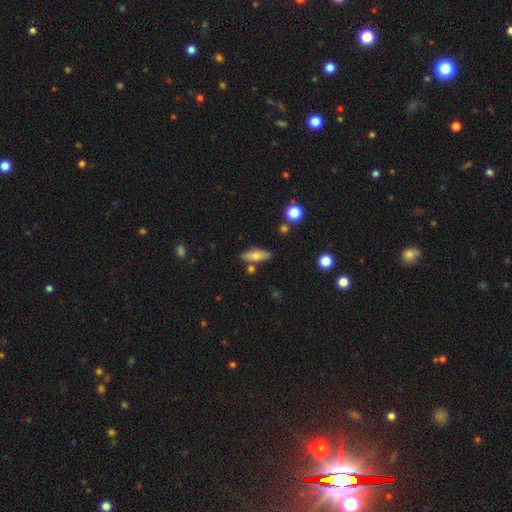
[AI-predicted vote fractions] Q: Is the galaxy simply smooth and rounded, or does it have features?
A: smooth — 70%.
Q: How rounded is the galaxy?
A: in between — 61%.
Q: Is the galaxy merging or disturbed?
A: none — 78%.